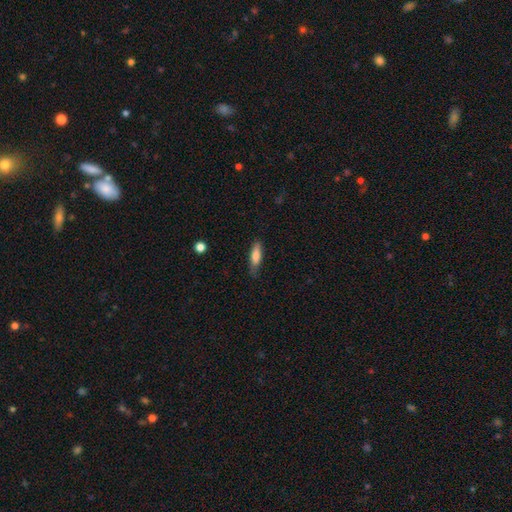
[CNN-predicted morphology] Smooth or featured?
  - smooth: 77% *
  - featured or disk: 17%
  - star or artifact: 7%
How rounded?
  - cigar-shaped: 61% *
  - in between: 37%
  - round: 2%
Merging?
  - none: 73% *
  - minor disturbance: 21%
  - major disturbance: 4%
  - merger: 1%